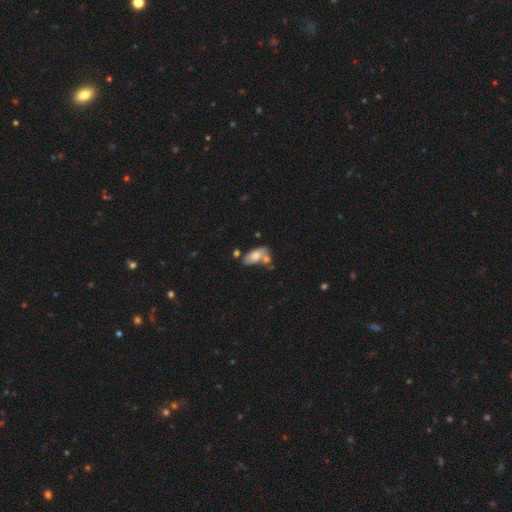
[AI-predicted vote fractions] A smooth galaxy with no disk features (72%) that is in between round and cigar-shaped (89%).

Vote fractions:
- Smooth or featured? smooth: 72% / featured or disk: 20% / star or artifact: 8%
- How rounded? in between: 89% / cigar-shaped: 7% / round: 3%
- Merging? none: 42% / merger: 35% / minor disturbance: 17% / major disturbance: 7%